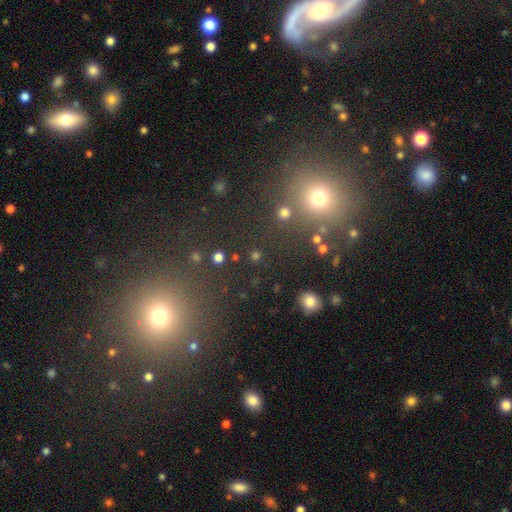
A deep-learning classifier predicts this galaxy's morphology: A smooth galaxy with no disk features (57%) that is round (86%).

Vote fractions:
- Smooth or featured? smooth: 57% / star or artifact: 35% / featured or disk: 9%
- How rounded? round: 86% / in between: 12% / cigar-shaped: 2%
- Merging? none: 83% / minor disturbance: 7% / merger: 6% / major disturbance: 4%